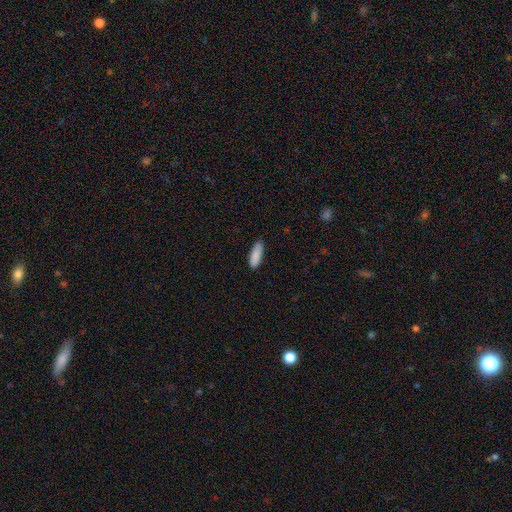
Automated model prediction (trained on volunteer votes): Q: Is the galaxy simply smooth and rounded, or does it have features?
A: smooth — 89%.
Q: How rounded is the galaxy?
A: in between — 58%.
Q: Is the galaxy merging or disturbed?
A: none — 83%.